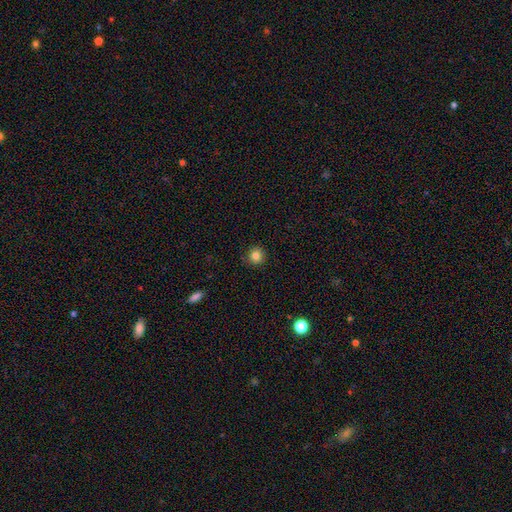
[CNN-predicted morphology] Overall: smooth (83%). How rounded: round (93%). Merging: none (91%).